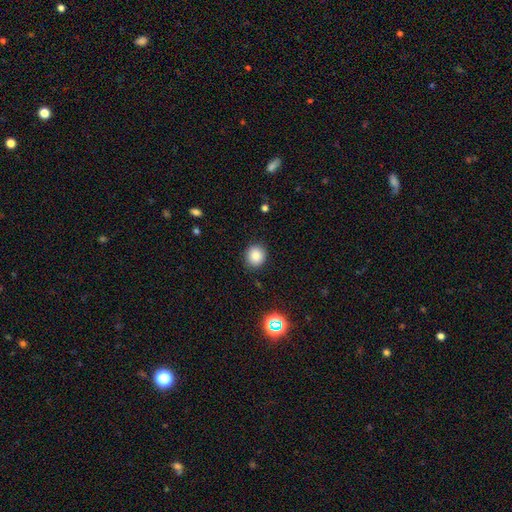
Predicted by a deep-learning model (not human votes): A smooth galaxy with no disk features (82%) that is round (84%).

Vote fractions:
- Smooth or featured? smooth: 82% / star or artifact: 12% / featured or disk: 6%
- How rounded? round: 84% / in between: 15% / cigar-shaped: 1%
- Merging? none: 89% / minor disturbance: 8% / major disturbance: 2% / merger: 1%